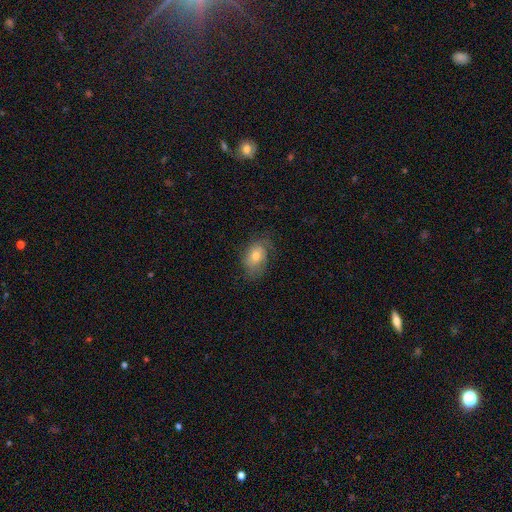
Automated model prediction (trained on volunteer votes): This is possibly a smooth galaxy (53%). How rounded: likely in between (78%). Merging: likely none (64%).